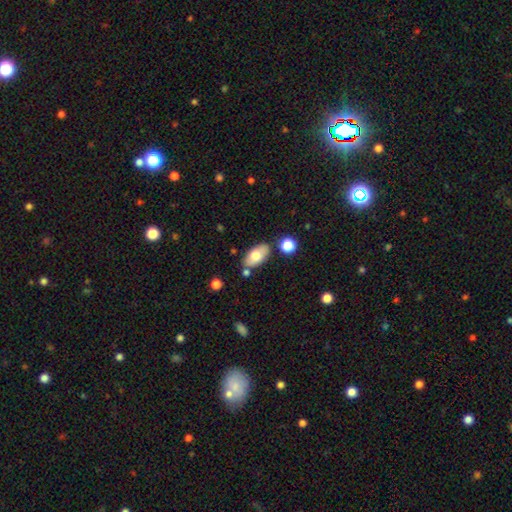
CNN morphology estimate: smooth-or-featured: smooth: 72% | featured or disk: 21% | star or artifact: 7%
  how-rounded: in between: 93% | round: 4% | cigar-shaped: 4%
  merging: none: 76% | minor disturbance: 13% | merger: 7% | major disturbance: 3%